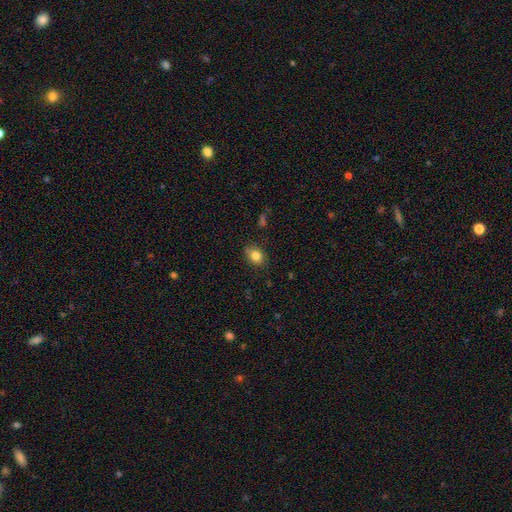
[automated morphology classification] A smooth galaxy with no disk features (83%) that is in between round and cigar-shaped (54%).

Vote fractions:
- Smooth or featured? smooth: 83% / star or artifact: 10% / featured or disk: 7%
- How rounded? in between: 54% / round: 45% / cigar-shaped: 1%
- Merging? none: 76% / minor disturbance: 18% / major disturbance: 3% / merger: 2%